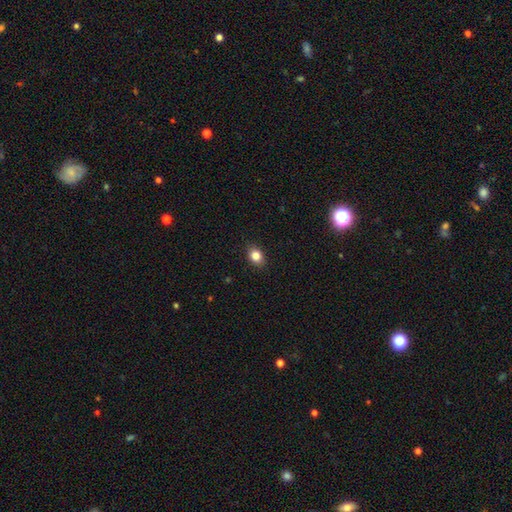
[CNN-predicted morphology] Smooth or featured? Predicted: smooth (p=0.84). How rounded? Predicted: in between (p=0.60). Merging? Predicted: none (p=0.88).